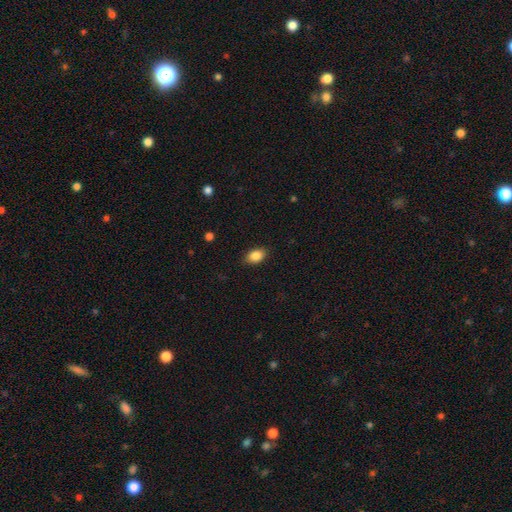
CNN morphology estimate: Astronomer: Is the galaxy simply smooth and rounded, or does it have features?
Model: smooth — 87%.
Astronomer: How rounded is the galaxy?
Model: in between — 86%.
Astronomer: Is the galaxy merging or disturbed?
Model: none — 87%.